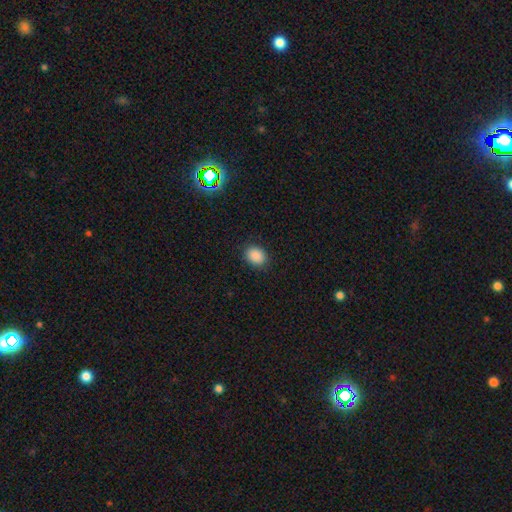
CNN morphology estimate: Overall: smooth (89%). How rounded: in between (56%; round 43%). Merging: none (89%).